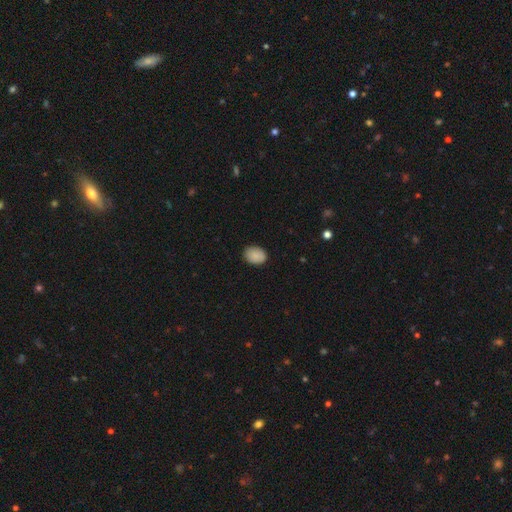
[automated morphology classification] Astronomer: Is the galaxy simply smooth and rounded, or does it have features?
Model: smooth — 88%.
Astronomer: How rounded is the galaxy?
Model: in between — 65%.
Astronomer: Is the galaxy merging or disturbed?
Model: none — 86%.